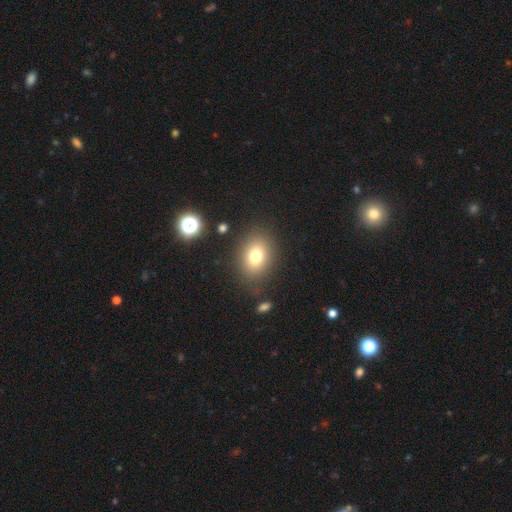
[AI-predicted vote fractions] Smooth or featured?
  - smooth: 76% *
  - star or artifact: 13%
  - featured or disk: 11%
How rounded?
  - in between: 65% *
  - round: 33%
  - cigar-shaped: 1%
Merging?
  - none: 83% *
  - minor disturbance: 10%
  - major disturbance: 3%
  - merger: 3%